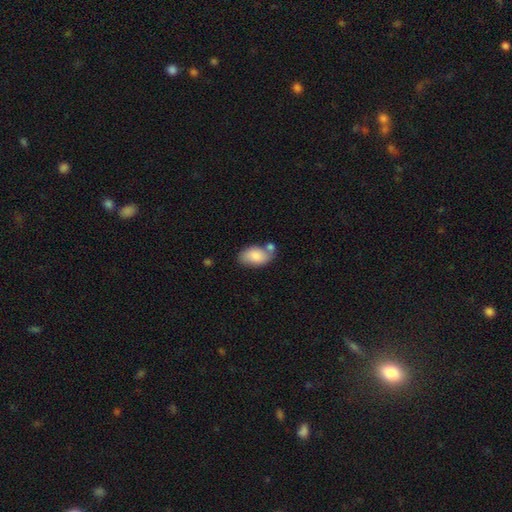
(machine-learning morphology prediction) A smooth galaxy with no disk features (82%) that is in between round and cigar-shaped (92%). Merging: none (51%).